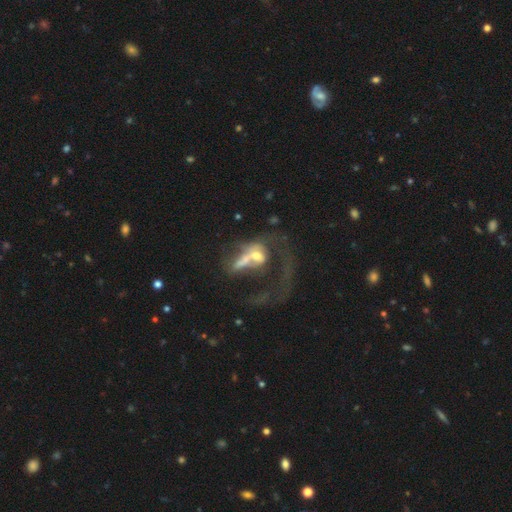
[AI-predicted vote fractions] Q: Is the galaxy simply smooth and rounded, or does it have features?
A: featured or disk — 58%.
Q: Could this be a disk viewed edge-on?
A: no — 91%.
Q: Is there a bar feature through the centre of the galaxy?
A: no — 69%.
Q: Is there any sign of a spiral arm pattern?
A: no — 65%.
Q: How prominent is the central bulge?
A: moderate — 51%.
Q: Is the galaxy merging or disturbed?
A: merger — 43%.